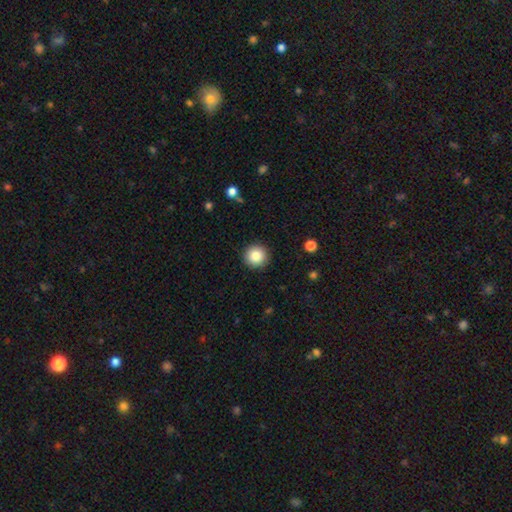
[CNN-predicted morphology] This appears to be a smooth galaxy with no disk features (85%) that is round (95%). Merging: none (92%).